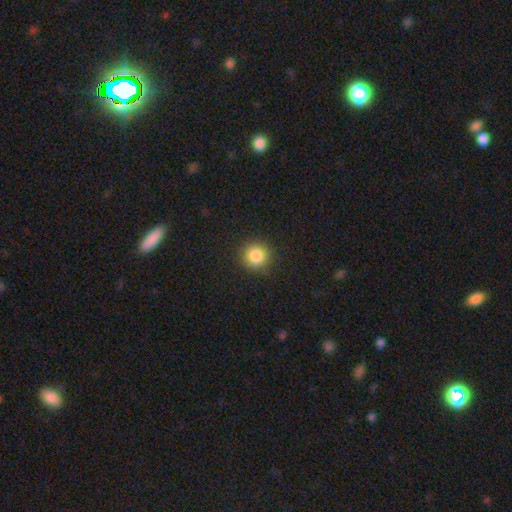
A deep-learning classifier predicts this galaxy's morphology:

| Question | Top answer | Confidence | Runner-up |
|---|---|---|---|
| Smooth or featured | smooth | 86% | star or artifact (10%) |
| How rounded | round | 93% | in between (6%) |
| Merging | none | 90% | minor disturbance (7%) |